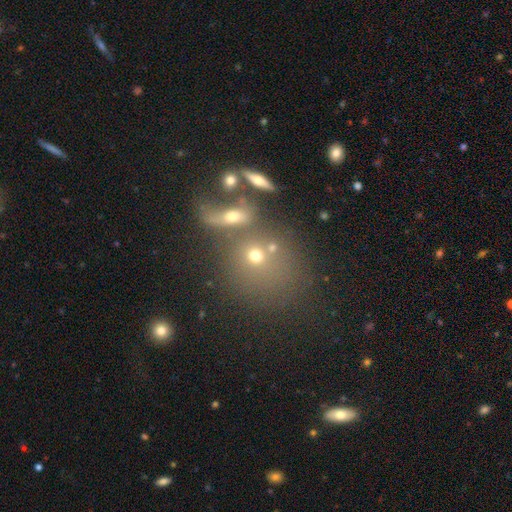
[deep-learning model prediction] Morphology: type=smooth (60%); roundness=round (68%); merging=merger (40%).